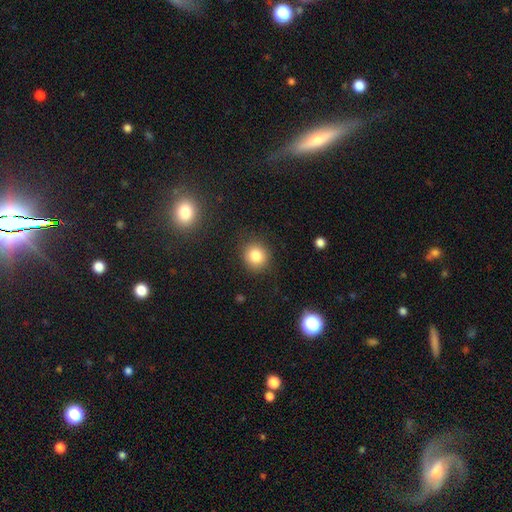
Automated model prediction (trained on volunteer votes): A smooth galaxy with no disk features (82%) that is round (86%). Merging: none (87%).